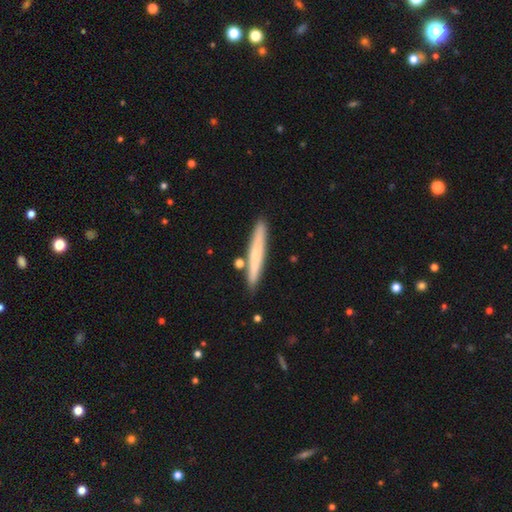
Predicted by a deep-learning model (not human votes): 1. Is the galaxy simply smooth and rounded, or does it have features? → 63% smooth, 31% featured or disk, 6% star or artifact.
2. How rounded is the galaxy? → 96% cigar-shaped, 3% in between, 1% round.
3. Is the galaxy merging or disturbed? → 86% none, 8% minor disturbance, 4% merger, 2% major disturbance.